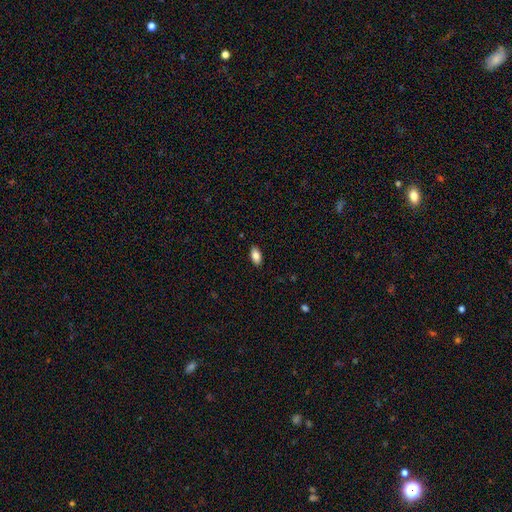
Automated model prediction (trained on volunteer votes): smooth-or-featured: smooth: 86% | star or artifact: 7% | featured or disk: 7%
  how-rounded: in between: 92% | cigar-shaped: 4% | round: 4%
  merging: none: 89% | minor disturbance: 8% | major disturbance: 2% | merger: 1%